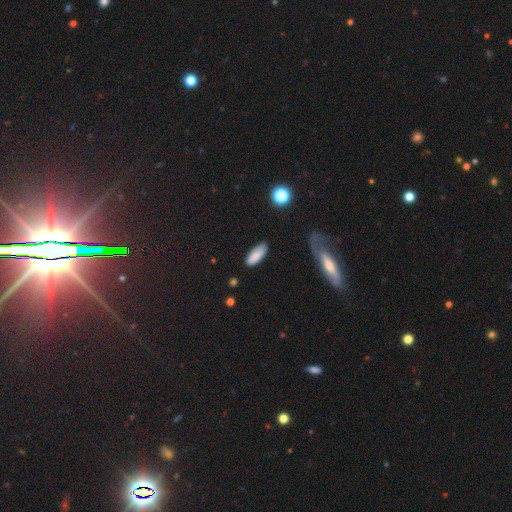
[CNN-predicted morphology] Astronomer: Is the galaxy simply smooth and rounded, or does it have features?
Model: smooth — 86%.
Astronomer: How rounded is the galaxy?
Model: in between — 71%.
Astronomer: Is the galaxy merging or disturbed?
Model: none — 78%.